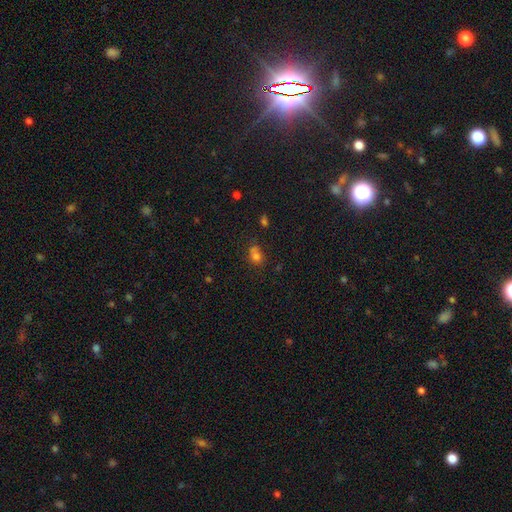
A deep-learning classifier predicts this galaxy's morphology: A smooth galaxy with no disk features (73%) that is round (63%).

Vote fractions:
- Smooth or featured? smooth: 73% / star or artifact: 16% / featured or disk: 11%
- How rounded? round: 63% / in between: 36% / cigar-shaped: 1%
- Merging? none: 43% / merger: 32% / minor disturbance: 17% / major disturbance: 8%